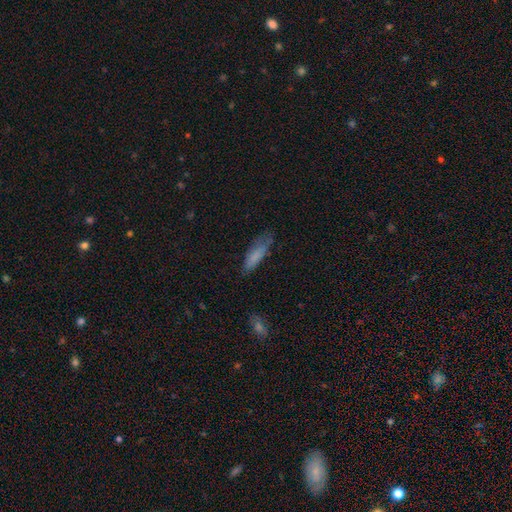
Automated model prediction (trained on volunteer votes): smooth 77%, featured or disk 15%, star or artifact 8%. Down the decision tree: how rounded — cigar-shaped (60%); merging — none (58%).